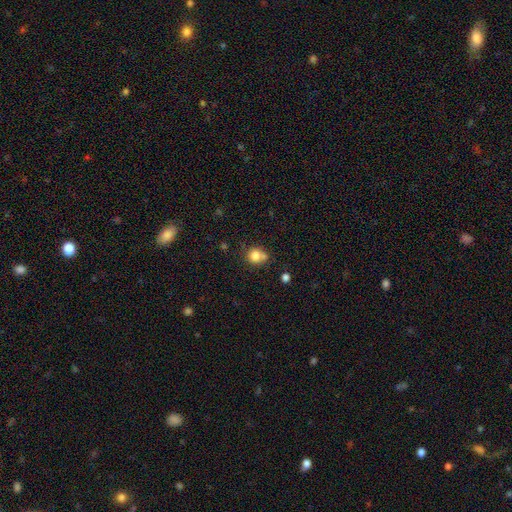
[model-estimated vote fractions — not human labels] A smooth galaxy with no disk features (79%) that is round (79%). Merging: none (52%).